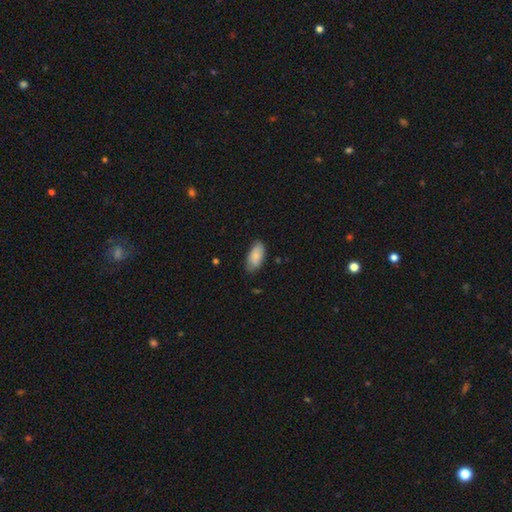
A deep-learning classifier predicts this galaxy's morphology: smooth_or_featured: smooth (p=0.83) [alt: featured or disk p=0.11]
how_rounded: in between (p=0.91) [alt: cigar-shaped p=0.07]
merging: none (p=0.77) [alt: minor disturbance p=0.19]